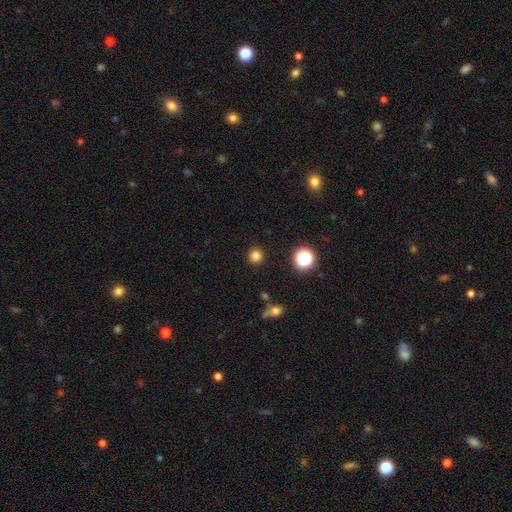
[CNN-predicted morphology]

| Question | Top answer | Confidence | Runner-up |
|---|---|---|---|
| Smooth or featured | smooth | 81% | star or artifact (15%) |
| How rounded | round | 93% | in between (6%) |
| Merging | none | 91% | minor disturbance (5%) |